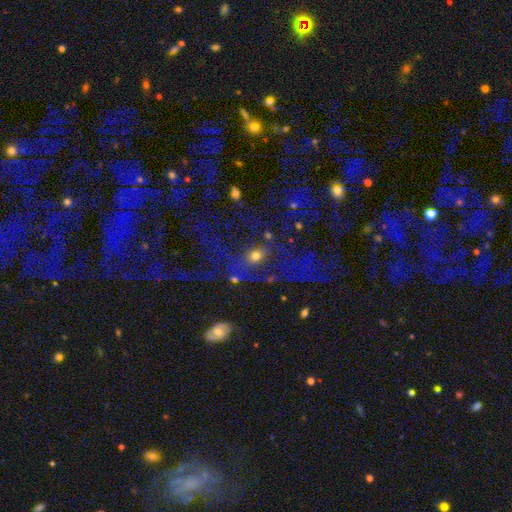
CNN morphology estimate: type=smooth (41%); merging=none (52%).